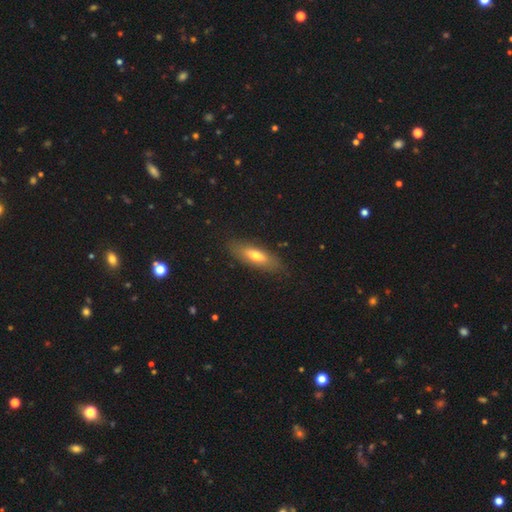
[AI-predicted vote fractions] A smooth galaxy with no disk features (63%) that is in between round and cigar-shaped (54%).

Vote fractions:
- Smooth or featured? smooth: 63% / featured or disk: 30% / star or artifact: 7%
- How rounded? in between: 54% / cigar-shaped: 43% / round: 3%
- Merging? none: 85% / minor disturbance: 11% / major disturbance: 3% / merger: 1%